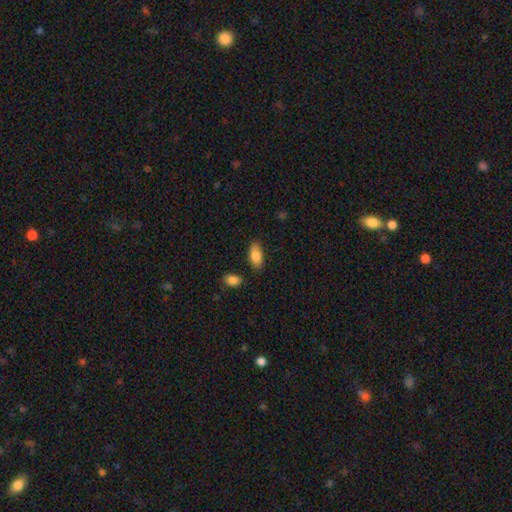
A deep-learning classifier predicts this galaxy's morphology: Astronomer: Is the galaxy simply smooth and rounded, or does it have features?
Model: smooth — 85%.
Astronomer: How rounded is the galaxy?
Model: in between — 90%.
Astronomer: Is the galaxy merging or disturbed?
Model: none — 81%.